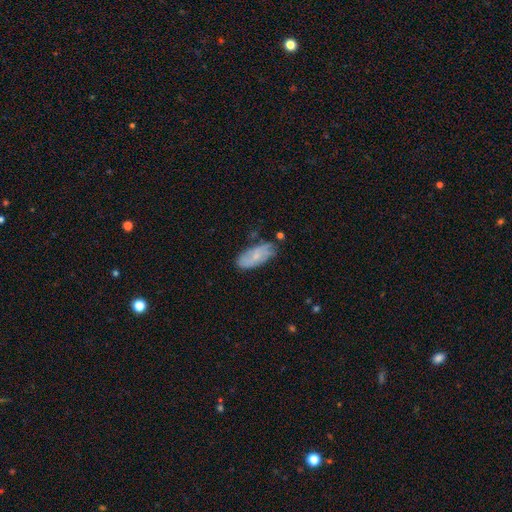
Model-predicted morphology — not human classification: This appears to be a smooth galaxy with no disk features (50%) that is in between round and cigar-shaped (85%). Merging: none (61%).